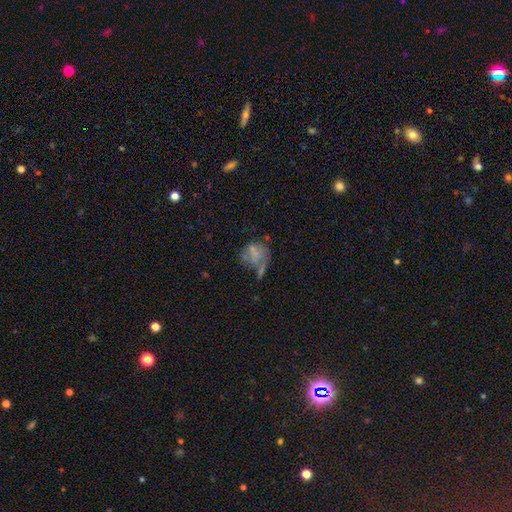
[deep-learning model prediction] This appears to be a smooth galaxy with no disk features (50%). Merging: major disturbance (31%, tied with none).